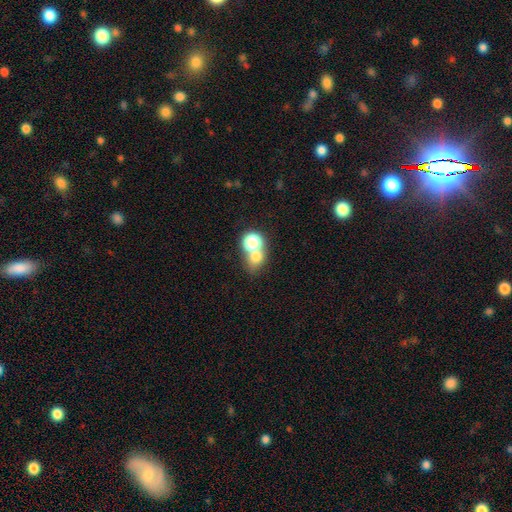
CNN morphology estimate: A smooth galaxy with no disk features (68%) that is round (67%).

Vote fractions:
- Smooth or featured? smooth: 68% / star or artifact: 20% / featured or disk: 12%
- How rounded? round: 67% / in between: 32% / cigar-shaped: 1%
- Merging? merger: 44% (tied) / none: 44% (tied) / minor disturbance: 8% / major disturbance: 4%